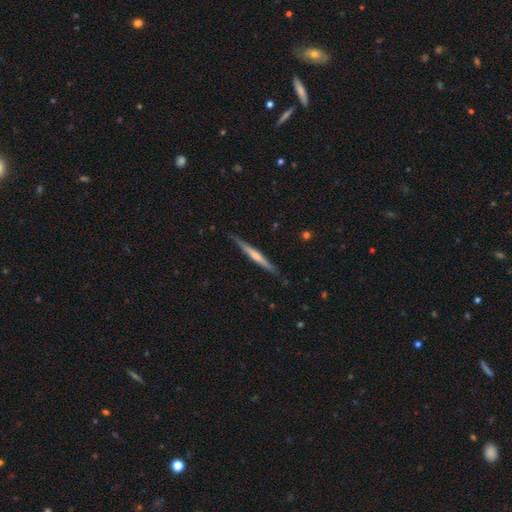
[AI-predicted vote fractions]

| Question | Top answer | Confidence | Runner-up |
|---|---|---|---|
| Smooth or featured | featured or disk | 55% | smooth (39%) |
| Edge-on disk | yes | 97% | no (3%) |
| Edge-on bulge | none | 47% | rounded (42%) |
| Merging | none | 85% | minor disturbance (12%) |